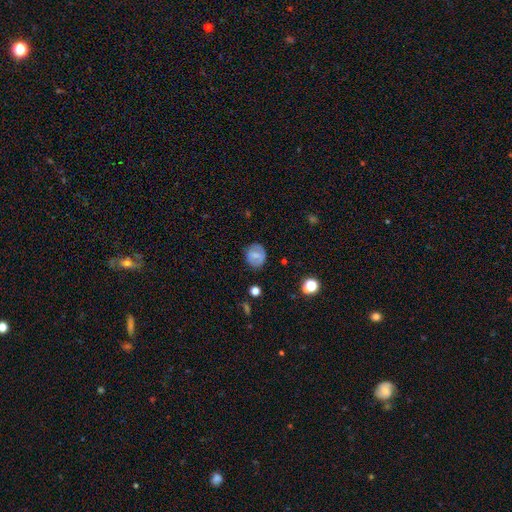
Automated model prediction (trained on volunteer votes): This appears to be a smooth galaxy with no disk features (59%) that is round (69%). Merging: none (80%).